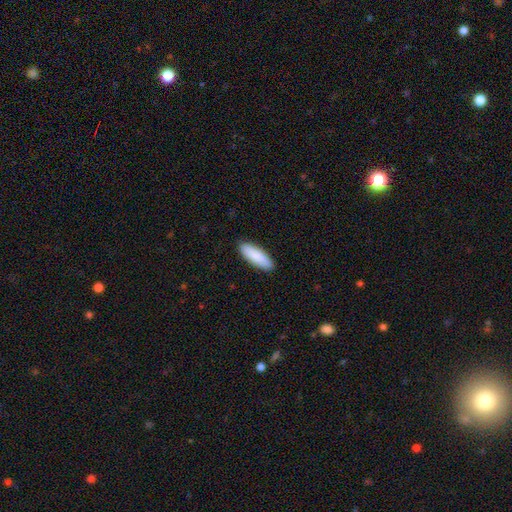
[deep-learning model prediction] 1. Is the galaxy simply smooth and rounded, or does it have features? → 89% smooth, 6% featured or disk, 5% star or artifact.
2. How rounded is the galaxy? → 54% in between, 45% cigar-shaped, 1% round.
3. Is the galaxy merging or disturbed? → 90% none, 7% minor disturbance, 1% major disturbance, 1% merger.